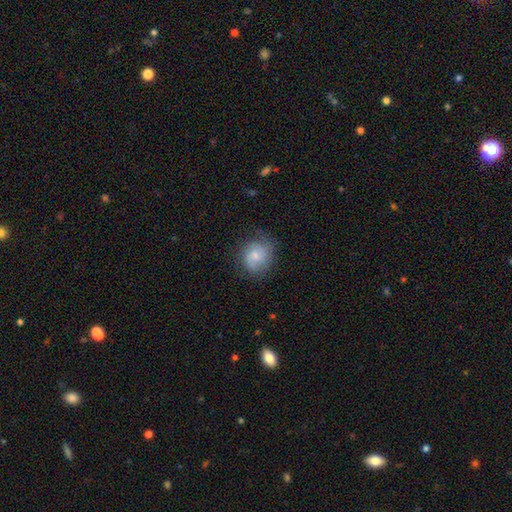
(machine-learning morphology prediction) The model was most divided on "smooth or featured": smooth: 63%, featured or disk: 29%, star or artifact: 8%. More confident: how rounded — round (78%); merging — none (64%).